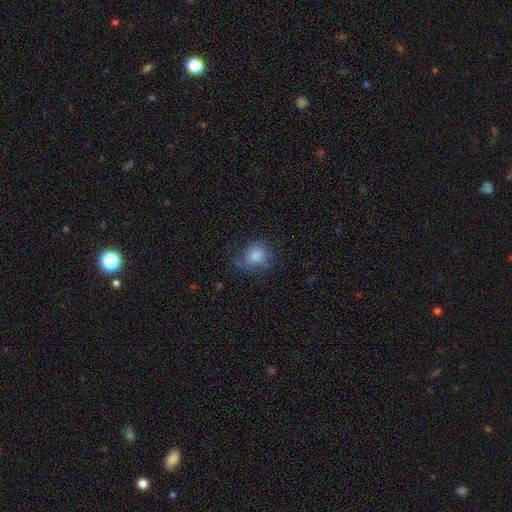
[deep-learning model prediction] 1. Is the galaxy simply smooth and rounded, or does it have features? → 77% smooth, 13% featured or disk, 11% star or artifact.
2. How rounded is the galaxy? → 60% round, 39% in between, 1% cigar-shaped.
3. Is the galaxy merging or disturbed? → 61% none, 26% minor disturbance, 12% major disturbance, 1% merger.